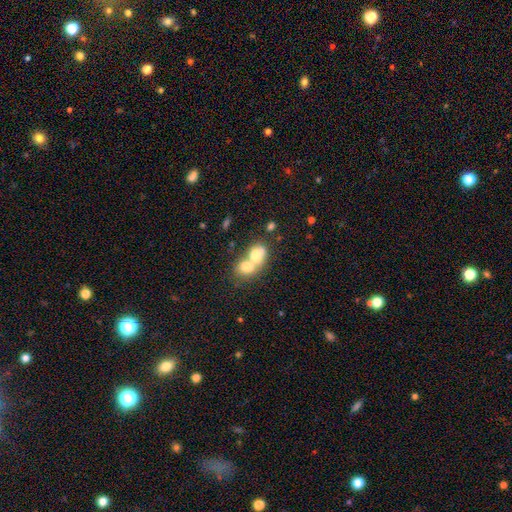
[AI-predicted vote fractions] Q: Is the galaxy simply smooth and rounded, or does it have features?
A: smooth — 70%.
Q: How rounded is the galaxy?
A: in between — 50%.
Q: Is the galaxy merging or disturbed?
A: merger — 75%.